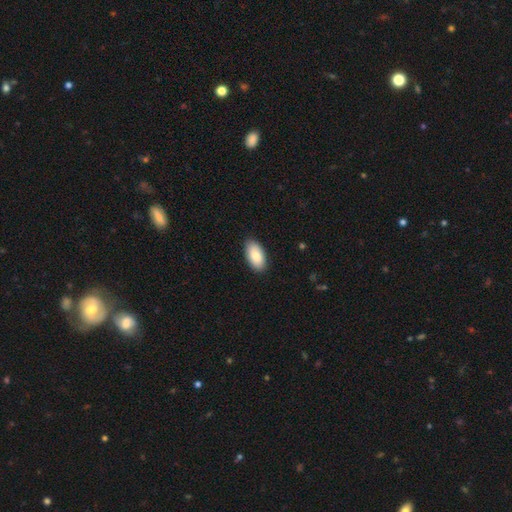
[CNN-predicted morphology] This is clearly a smooth galaxy (85%). How rounded: clearly in between (95%). Merging: clearly none (87%).